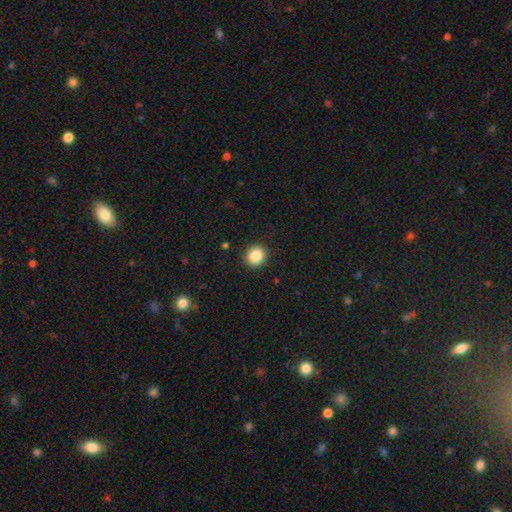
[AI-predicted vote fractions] Overall: smooth (86%). How rounded: round (89%). Merging: none (92%).